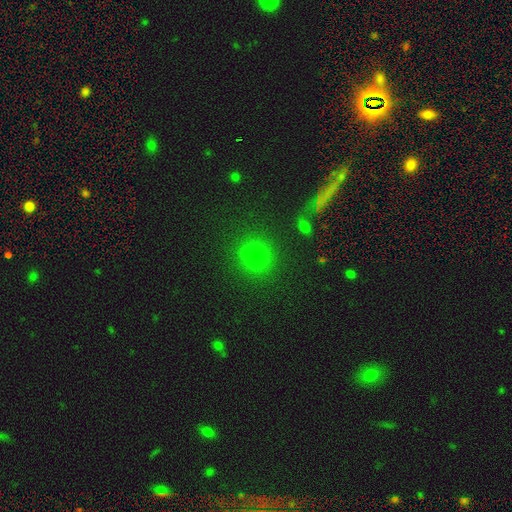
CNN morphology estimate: Q: Smooth or featured?
A: smooth (70%); runner-up: star or artifact (22%)
Q: How rounded?
A: round (90%); runner-up: in between (9%)
Q: Merging?
A: none (74%); runner-up: merger (13%)